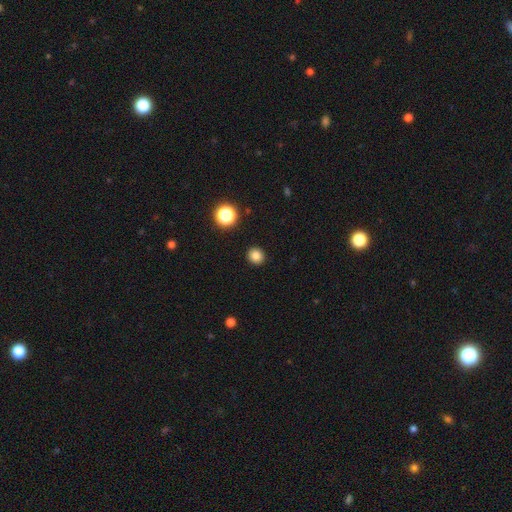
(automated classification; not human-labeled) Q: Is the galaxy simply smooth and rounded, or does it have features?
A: smooth — 83%.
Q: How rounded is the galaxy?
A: round — 88%.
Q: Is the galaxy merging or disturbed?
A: none — 92%.